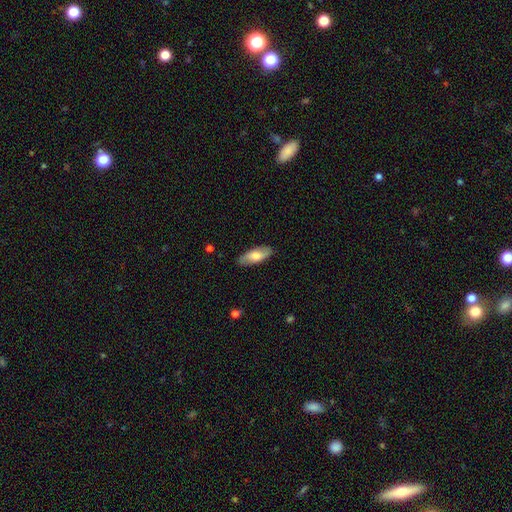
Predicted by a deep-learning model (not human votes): Smooth or featured? Predicted: smooth (p=0.67). How rounded? Predicted: in between (p=0.80). Merging? Predicted: none (p=0.86).